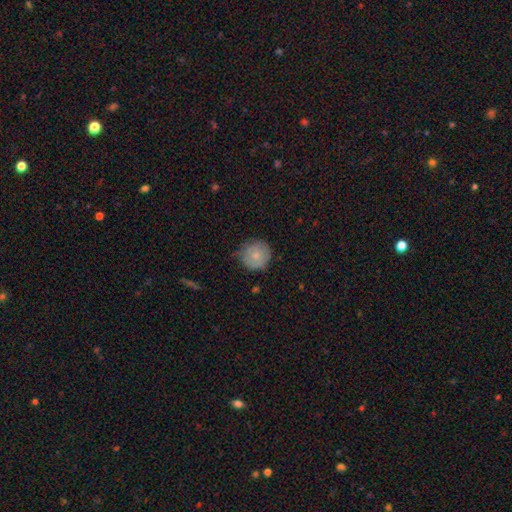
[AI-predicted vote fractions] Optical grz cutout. It shows a smooth galaxy with no disk features (76%) that is round (93%). Merging: none (65%).